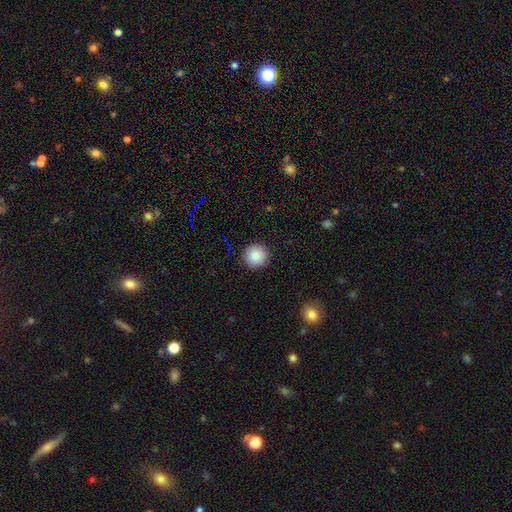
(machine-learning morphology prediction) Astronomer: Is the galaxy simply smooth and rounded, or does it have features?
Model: smooth — 87%.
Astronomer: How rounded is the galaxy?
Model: round — 95%.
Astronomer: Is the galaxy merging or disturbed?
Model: none — 92%.